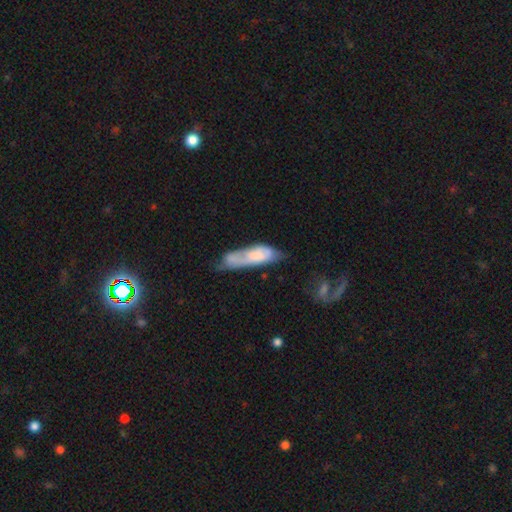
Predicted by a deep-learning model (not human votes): This appears to be a smooth galaxy with no disk features (52%) that is in between round and cigar-shaped (49%, tied with cigar-shaped). Merging: none (36%).